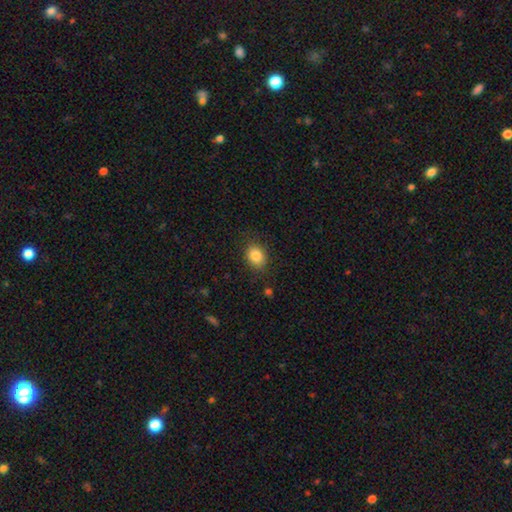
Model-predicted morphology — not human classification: Smooth or featured? Predicted: smooth (p=0.85). How rounded? Predicted: in between (p=0.50). Merging? Predicted: none (p=0.83).